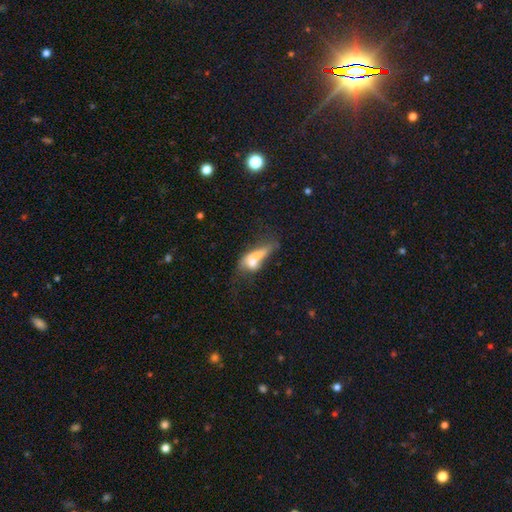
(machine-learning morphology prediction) Overall: smooth (55%; featured or disk 35%). How rounded: in between (58%; cigar-shaped 31%). Merging: merger (39%; major disturbance 28%).